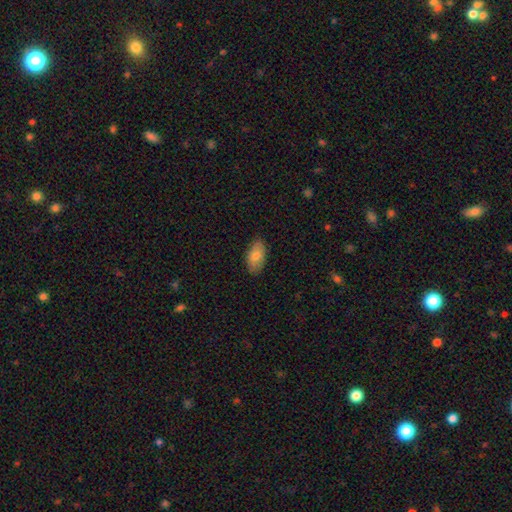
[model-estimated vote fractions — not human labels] This is likely a smooth galaxy (79%). How rounded: clearly in between (93%). Merging: clearly none (85%).